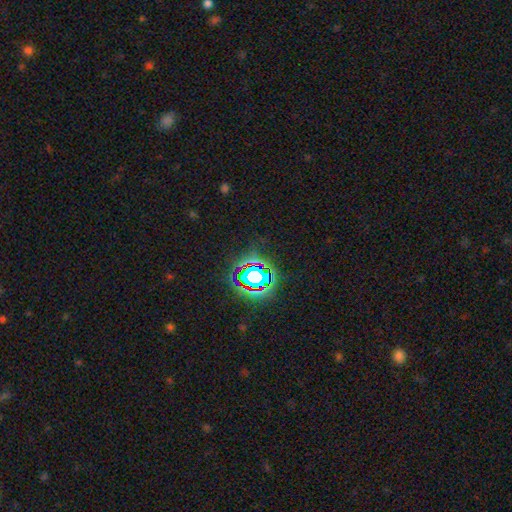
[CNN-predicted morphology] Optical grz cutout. It shows a star or artifact, not a galaxy (75%).